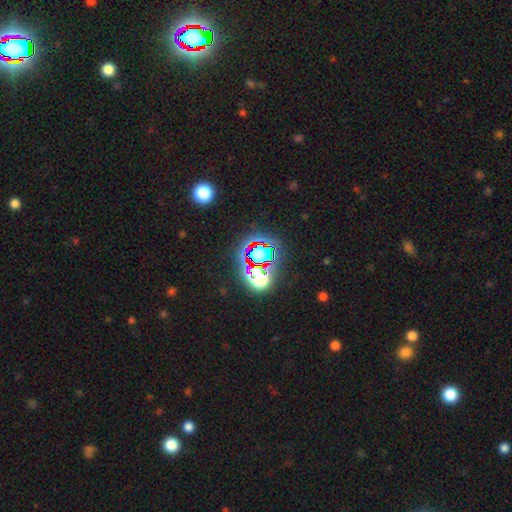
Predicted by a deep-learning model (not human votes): Smooth or featured?
  - star or artifact: 70% *
  - smooth: 18%
  - featured or disk: 12%